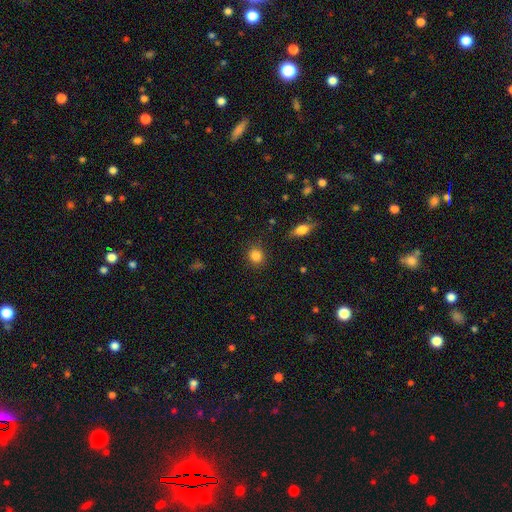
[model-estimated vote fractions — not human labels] The model was most divided on "how rounded": round: 80%, in between: 19%, cigar-shaped: 1%. More confident: merging — none (88%); smooth or featured — smooth (86%).